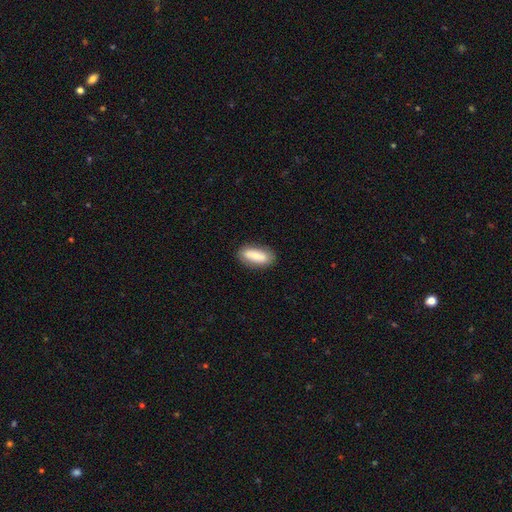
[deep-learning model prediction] Smooth or featured? smooth (71%)
How rounded? in between (80%)
Merging? none (85%)